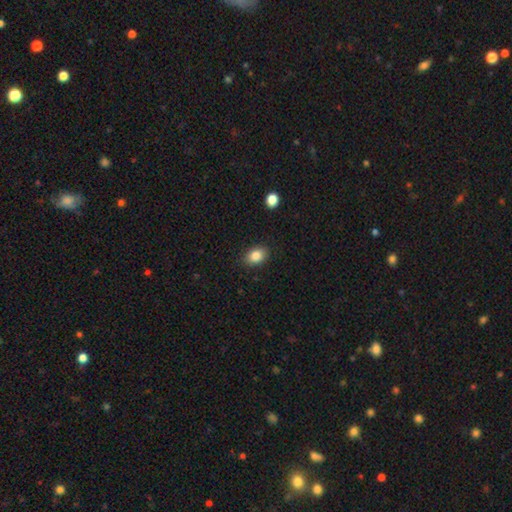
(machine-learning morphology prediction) smooth-or-featured: smooth: 85% | star or artifact: 9% | featured or disk: 6%
  how-rounded: in between: 77% | round: 22% | cigar-shaped: 1%
  merging: none: 87% | minor disturbance: 10% | major disturbance: 2% | merger: 1%